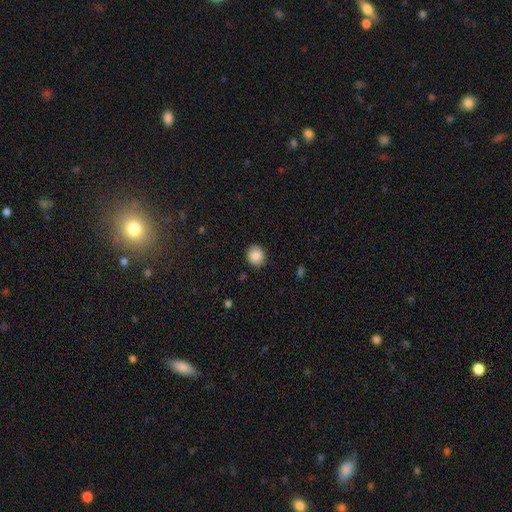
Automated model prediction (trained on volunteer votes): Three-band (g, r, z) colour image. It shows a smooth galaxy with no disk features (88%) that is round (82%). Merging: none (89%).